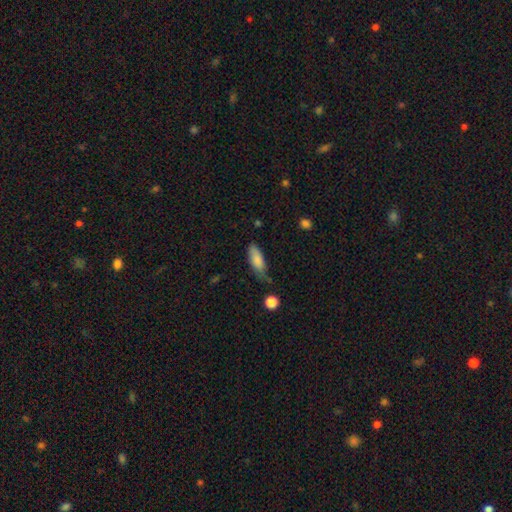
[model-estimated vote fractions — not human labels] Q: Smooth or featured?
A: smooth (79%); runner-up: featured or disk (13%)
Q: How rounded?
A: in between (66%); runner-up: cigar-shaped (31%)
Q: Merging?
A: none (56%); runner-up: minor disturbance (33%)